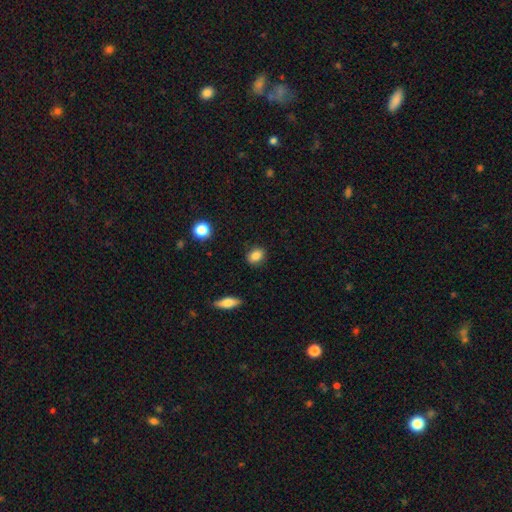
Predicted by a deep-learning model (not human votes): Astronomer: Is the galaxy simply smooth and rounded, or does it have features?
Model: smooth — 85%.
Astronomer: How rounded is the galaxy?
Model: in between — 53% (runner-up: round, 45%).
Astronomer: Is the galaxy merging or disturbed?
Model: none — 87%.